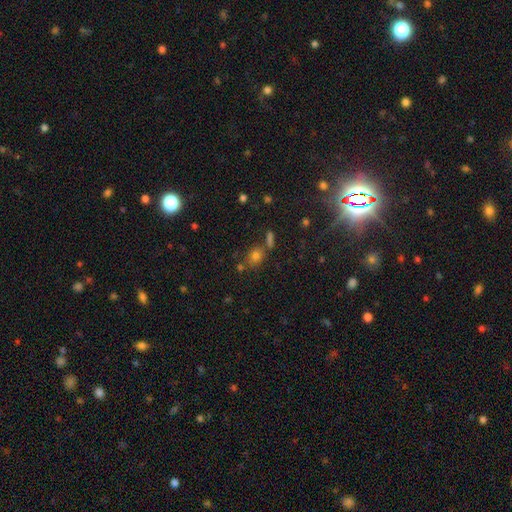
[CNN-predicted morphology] Smooth or featured? smooth (64%)
How rounded? round (60%)
Merging? none (68%)